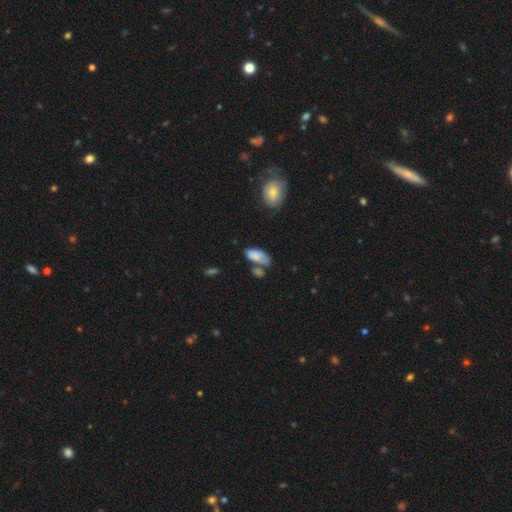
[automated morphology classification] Smooth or featured?
  - smooth: 78% *
  - featured or disk: 14%
  - star or artifact: 7%
How rounded?
  - in between: 91% *
  - cigar-shaped: 6%
  - round: 3%
Merging?
  - none: 38% *
  - merger: 28%
  - minor disturbance: 23%
  - major disturbance: 11%